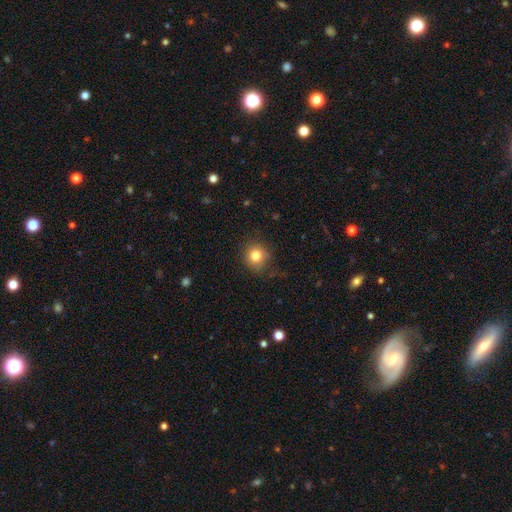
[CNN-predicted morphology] Q: Smooth or featured?
A: smooth (81%); runner-up: star or artifact (12%)
Q: How rounded?
A: round (88%); runner-up: in between (11%)
Q: Merging?
A: none (81%); runner-up: minor disturbance (13%)